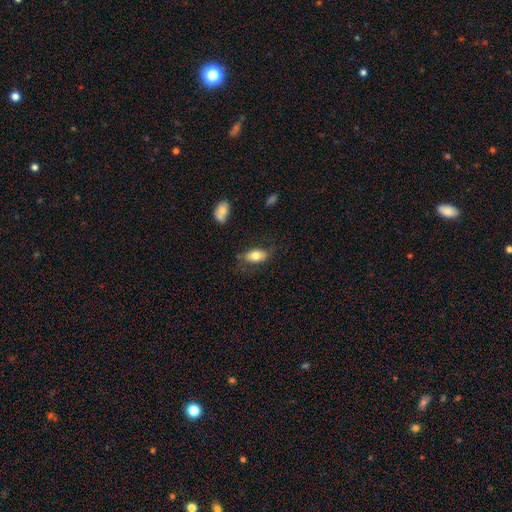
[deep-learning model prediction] Smooth or featured? smooth (76%)
How rounded? in between (89%)
Merging? none (71%)